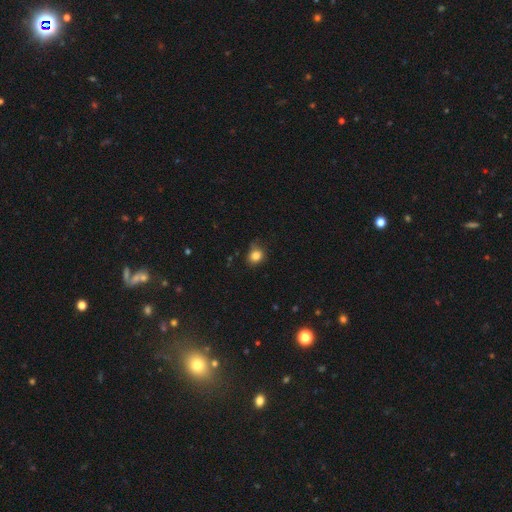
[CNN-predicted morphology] A smooth galaxy with no disk features (83%) that is round (70%). Merging: none (72%).